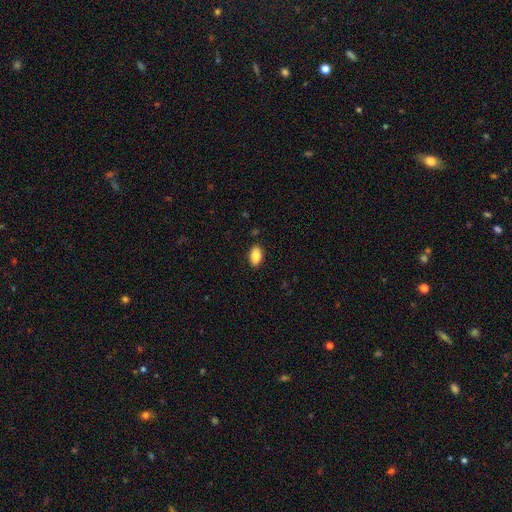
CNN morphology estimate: This appears to be a smooth galaxy with no disk features (87%) that is in between round and cigar-shaped (93%). Merging: none (88%).